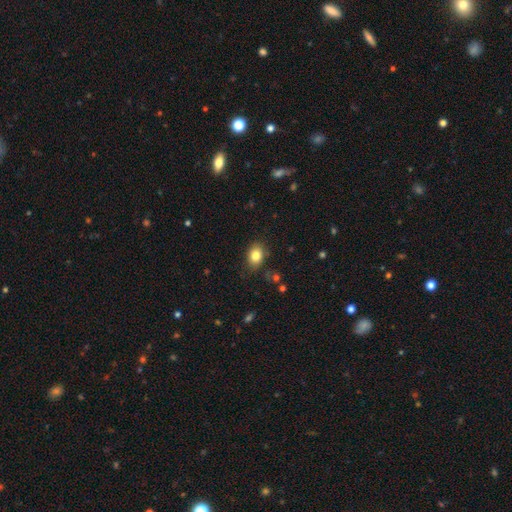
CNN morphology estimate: A smooth galaxy with no disk features (82%) that is in between round and cigar-shaped (68%).

Vote fractions:
- Smooth or featured? smooth: 82% / star or artifact: 10% / featured or disk: 8%
- How rounded? in between: 68% / round: 31% / cigar-shaped: 1%
- Merging? none: 80% / minor disturbance: 15% / major disturbance: 3% / merger: 2%